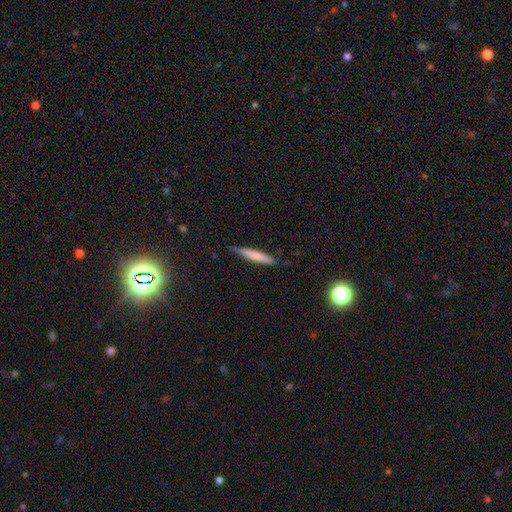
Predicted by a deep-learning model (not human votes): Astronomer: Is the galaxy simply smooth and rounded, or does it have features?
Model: smooth — 69%.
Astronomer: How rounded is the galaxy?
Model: cigar-shaped — 94%.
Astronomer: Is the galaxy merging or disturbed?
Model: none — 81%.